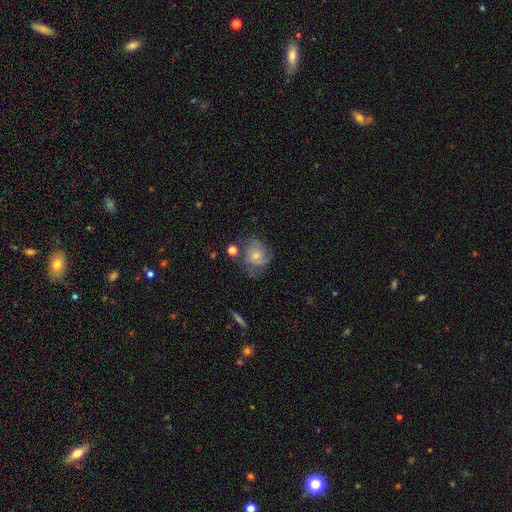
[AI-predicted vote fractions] Morphology: type=featured or disk (63%); edge-on=no (97%); bar=no (71%); spiral arms=yes (86%); winding=tight (45%); arm count=can't tell (31%, tied with 2); bulge=small (59%); merging=none (54%).